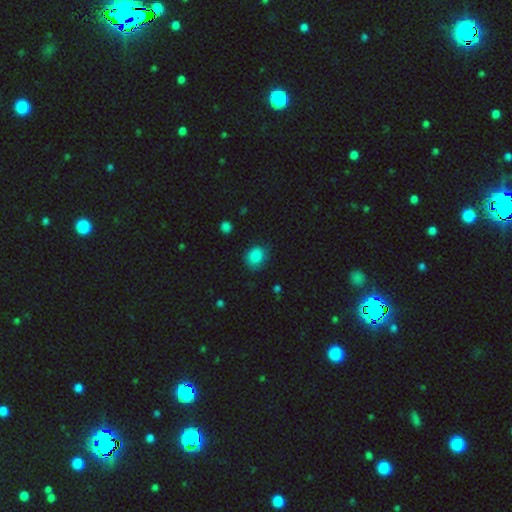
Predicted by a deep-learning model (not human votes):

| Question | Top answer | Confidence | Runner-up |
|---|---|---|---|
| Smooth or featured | smooth | 84% | star or artifact (10%) |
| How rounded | round | 64% | in between (35%) |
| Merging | none | 70% | minor disturbance (23%) |